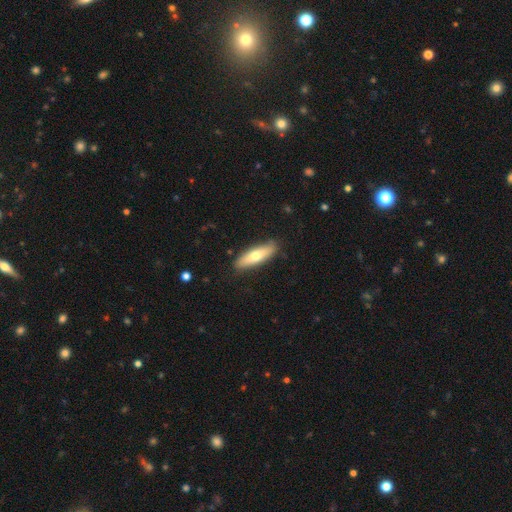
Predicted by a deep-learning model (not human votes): smooth-or-featured: smooth: 64% | featured or disk: 31% | star or artifact: 5%
  how-rounded: cigar-shaped: 55% | in between: 43% | round: 2%
  merging: none: 86% | minor disturbance: 11% | major disturbance: 2% | merger: 1%